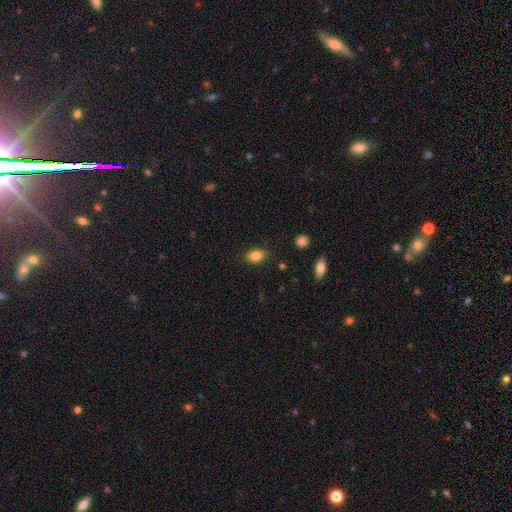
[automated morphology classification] The model was most divided on "how rounded": in between: 77%, round: 21%, cigar-shaped: 2%. More confident: merging — none (84%); smooth or featured — smooth (83%).